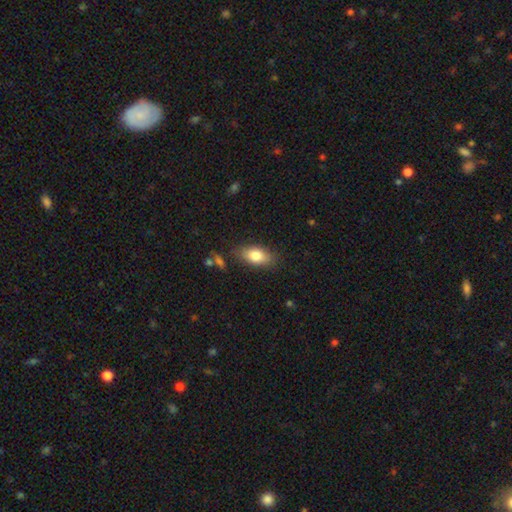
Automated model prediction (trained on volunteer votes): A smooth galaxy with no disk features (80%) that is in between round and cigar-shaped (87%).

Vote fractions:
- Smooth or featured? smooth: 80% / featured or disk: 13% / star or artifact: 7%
- How rounded? in between: 87% / cigar-shaped: 7% / round: 6%
- Merging? none: 81% / minor disturbance: 13% / major disturbance: 3% / merger: 2%